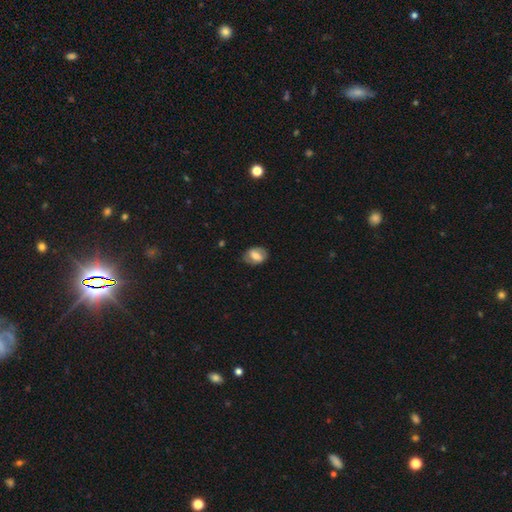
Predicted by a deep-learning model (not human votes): Overall: smooth (57%; featured or disk 35%). How rounded: in between (75%). Merging: none (76%).